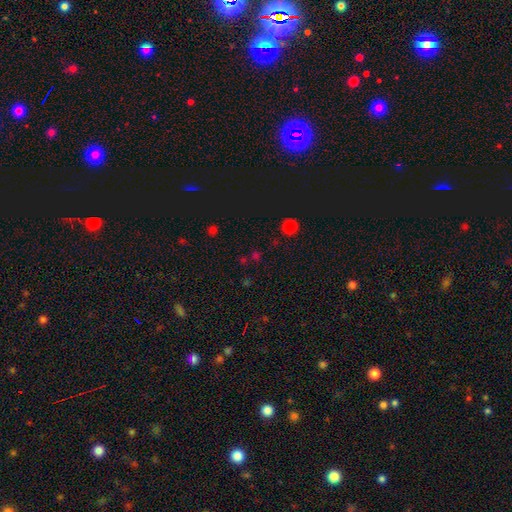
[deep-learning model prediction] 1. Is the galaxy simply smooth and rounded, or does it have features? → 53% star or artifact, 40% smooth, 7% featured or disk.